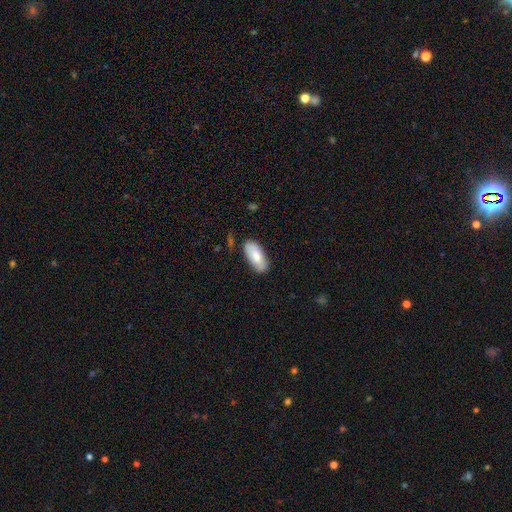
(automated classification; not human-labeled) A smooth galaxy with no disk features (80%) that is in between round and cigar-shaped (89%).

Vote fractions:
- Smooth or featured? smooth: 80% / featured or disk: 14% / star or artifact: 6%
- How rounded? in between: 89% / cigar-shaped: 9% / round: 2%
- Merging? none: 77% / minor disturbance: 17% / major disturbance: 4% / merger: 2%